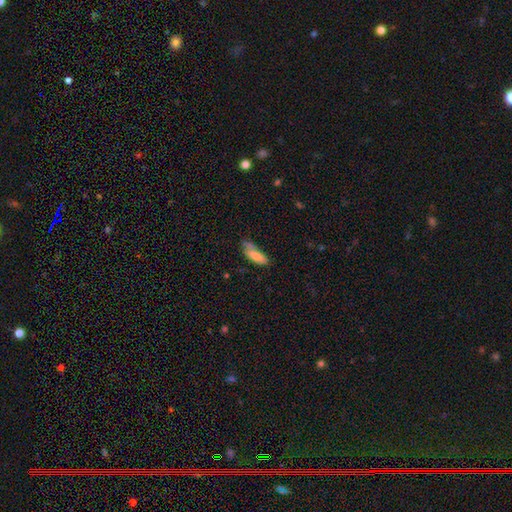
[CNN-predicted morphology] Smooth or featured? smooth (79%)
How rounded? in between (65%)
Merging? none (49%)